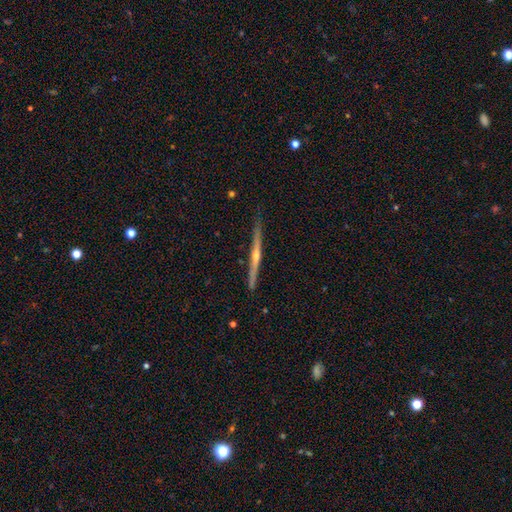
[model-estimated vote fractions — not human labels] Q: Smooth or featured?
A: featured or disk (82%); runner-up: smooth (13%)
Q: Edge-on disk?
A: yes (98%); runner-up: no (2%)
Q: Edge-on bulge?
A: rounded (83%); runner-up: none (13%)
Q: Merging?
A: none (88%); runner-up: minor disturbance (9%)